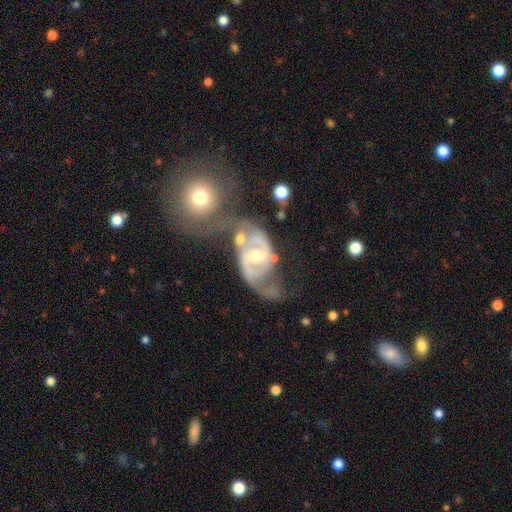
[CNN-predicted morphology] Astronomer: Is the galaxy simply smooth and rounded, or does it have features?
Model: featured or disk — 89%.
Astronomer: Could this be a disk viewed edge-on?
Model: no — 97%.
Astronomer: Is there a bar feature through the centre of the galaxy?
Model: weak — 44% (runner-up: no, 29%).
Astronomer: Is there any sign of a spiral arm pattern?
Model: yes — 95%.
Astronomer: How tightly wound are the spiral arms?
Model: medium — 50% (runner-up: loose, 32%).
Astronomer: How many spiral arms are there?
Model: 2 — 88%.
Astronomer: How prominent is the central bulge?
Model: moderate — 61%.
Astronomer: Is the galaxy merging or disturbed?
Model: merger — 33% (runner-up: none, 32%).